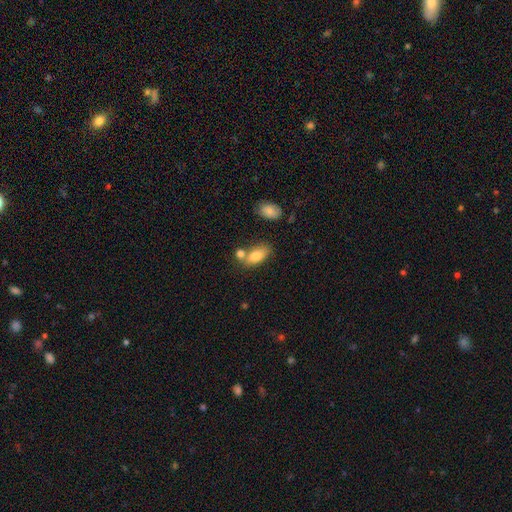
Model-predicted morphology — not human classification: Overall: smooth (81%). How rounded: in between (88%). Merging: none (56%; merger 24%).